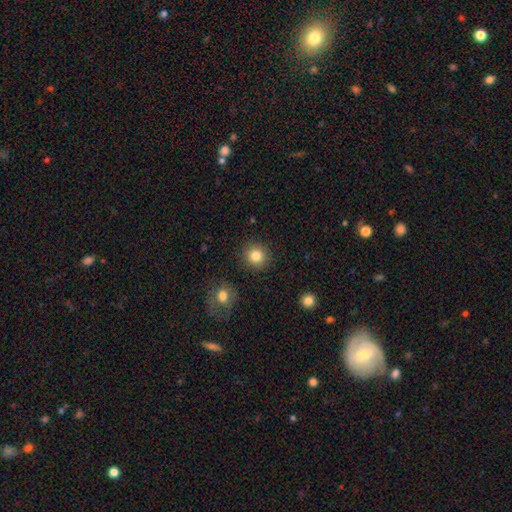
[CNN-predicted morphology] This appears to be a smooth galaxy with no disk features (83%) that is round (90%). Merging: none (90%).